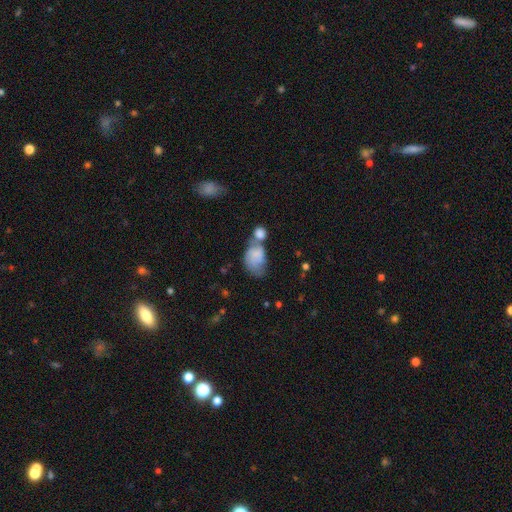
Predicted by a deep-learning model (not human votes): Smooth or featured? smooth (71%)
How rounded? in between (78%)
Merging? merger (48%)